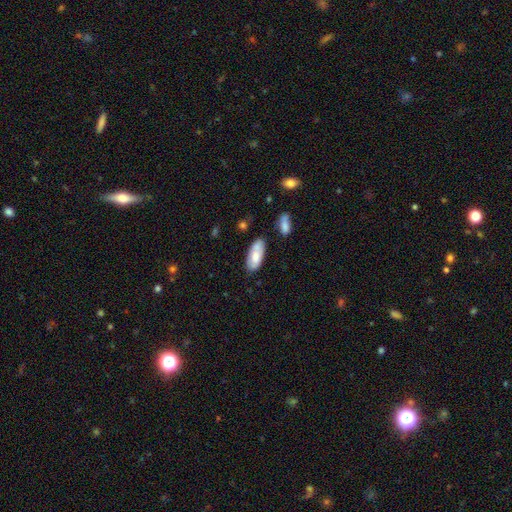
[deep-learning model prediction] Smooth or featured?
  - smooth: 74% *
  - featured or disk: 20%
  - star or artifact: 6%
How rounded?
  - in between: 86% *
  - cigar-shaped: 12%
  - round: 2%
Merging?
  - none: 66% *
  - minor disturbance: 21%
  - merger: 9%
  - major disturbance: 5%